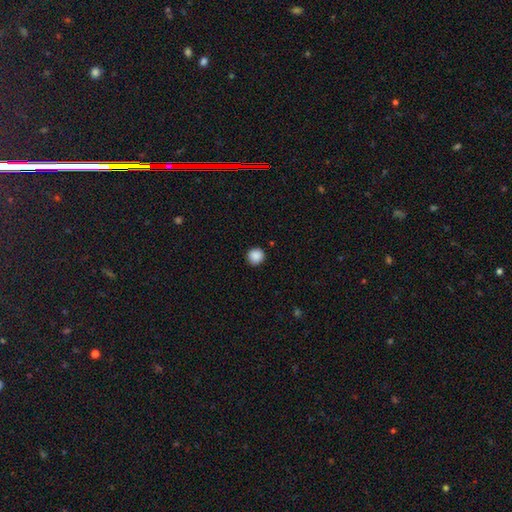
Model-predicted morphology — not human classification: smooth-or-featured: smooth: 89% | star or artifact: 9% | featured or disk: 2%
  how-rounded: round: 94% | in between: 5% | cigar-shaped: 1%
  merging: none: 91% | minor disturbance: 6% | major disturbance: 2% | merger: 1%